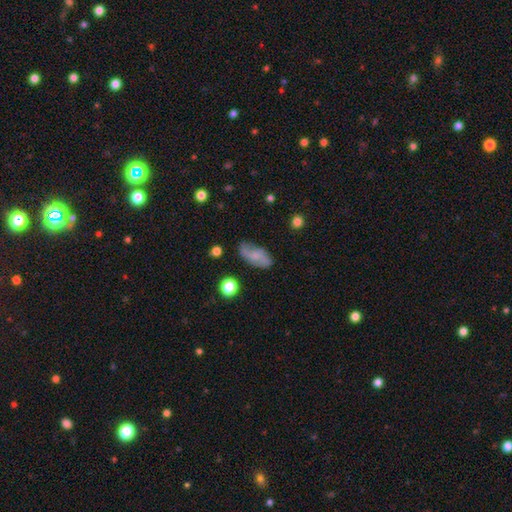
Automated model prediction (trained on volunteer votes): A smooth galaxy with no disk features (48%). Merging: none (70%).